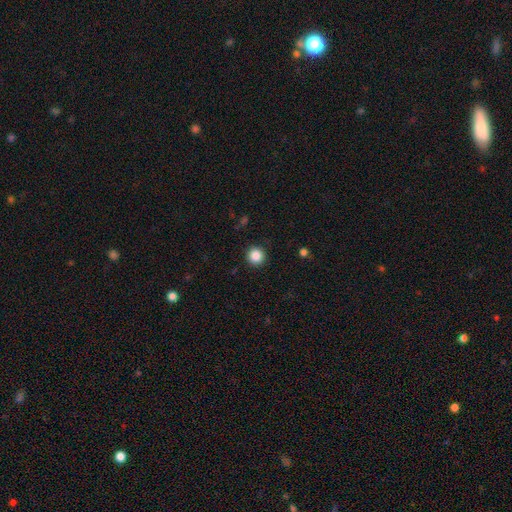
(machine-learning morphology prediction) This is clearly a smooth galaxy (86%). How rounded: clearly round (95%). Merging: clearly none (92%).